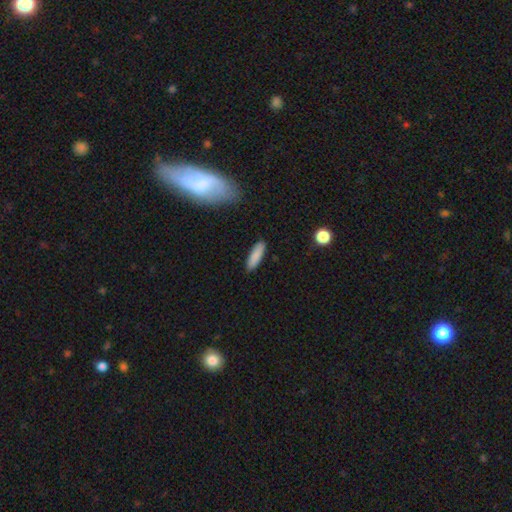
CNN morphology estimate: Smooth or featured? Predicted: smooth (p=0.85). How rounded? Predicted: cigar-shaped (p=0.56). Merging? Predicted: none (p=0.88).